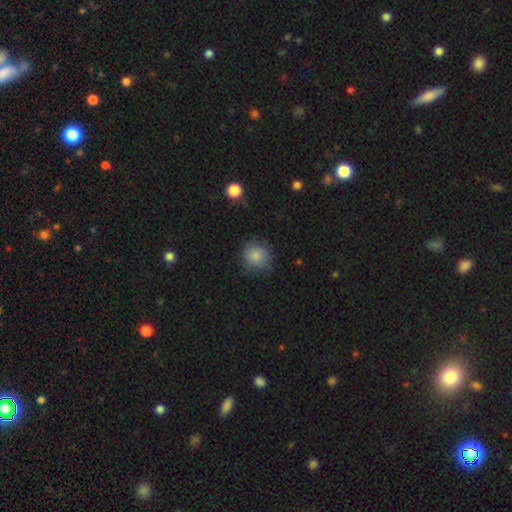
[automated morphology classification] smooth_or_featured: smooth (p=0.84) [alt: star or artifact p=0.09]
how_rounded: round (p=0.82) [alt: in between p=0.17]
merging: none (p=0.73) [alt: minor disturbance p=0.20]